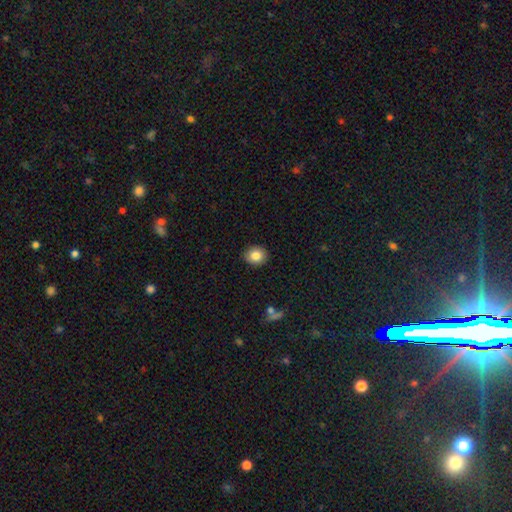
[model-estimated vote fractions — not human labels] smooth-or-featured: smooth: 83% | star or artifact: 9% | featured or disk: 7%
  how-rounded: round: 69% | in between: 30% | cigar-shaped: 1%
  merging: none: 90% | minor disturbance: 7% | major disturbance: 2% | merger: 1%